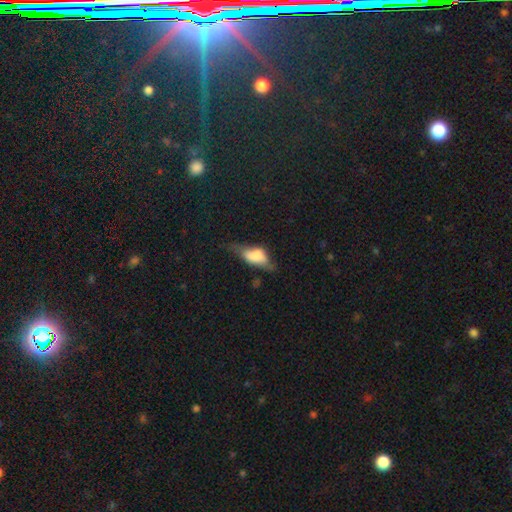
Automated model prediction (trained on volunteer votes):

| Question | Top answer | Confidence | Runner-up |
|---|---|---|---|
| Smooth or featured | smooth | 59% | featured or disk (32%) |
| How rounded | in between | 83% | cigar-shaped (11%) |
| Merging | minor disturbance | 35% | none (31%) |